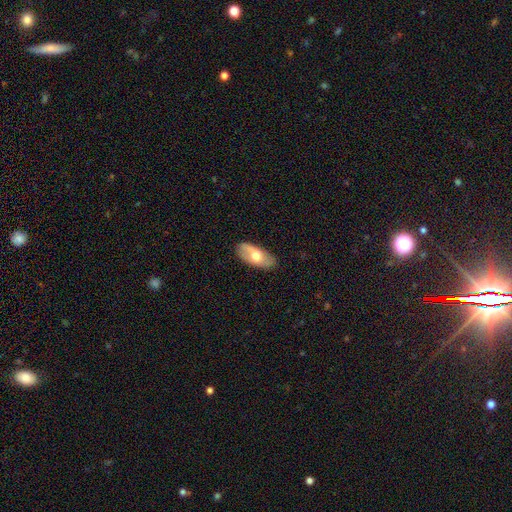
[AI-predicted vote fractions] Overall: smooth (58%; featured or disk 36%). How rounded: in between (88%). Merging: none (83%).